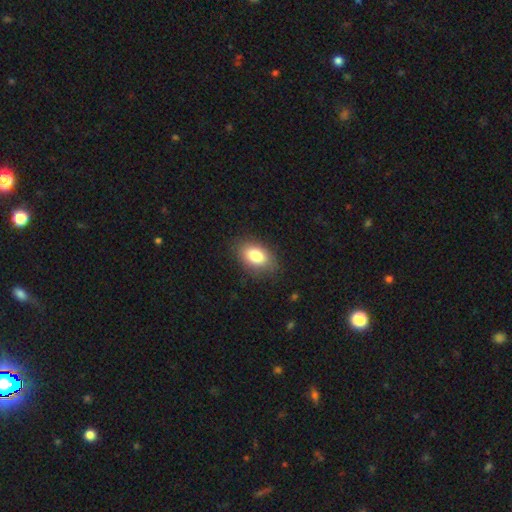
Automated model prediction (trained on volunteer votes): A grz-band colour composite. It shows a smooth galaxy with no disk features (82%) that is in between round and cigar-shaped (87%). Merging: none (81%).